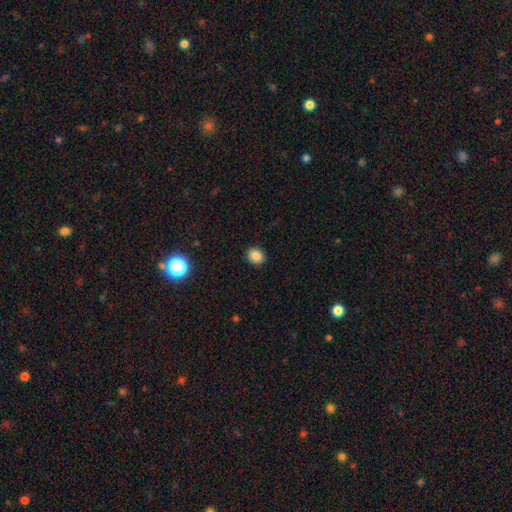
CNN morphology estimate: Smooth or featured?
  - smooth: 85% *
  - star or artifact: 11%
  - featured or disk: 4%
How rounded?
  - round: 61% *
  - in between: 38%
  - cigar-shaped: 1%
Merging?
  - none: 90% *
  - minor disturbance: 7%
  - major disturbance: 2%
  - merger: 1%